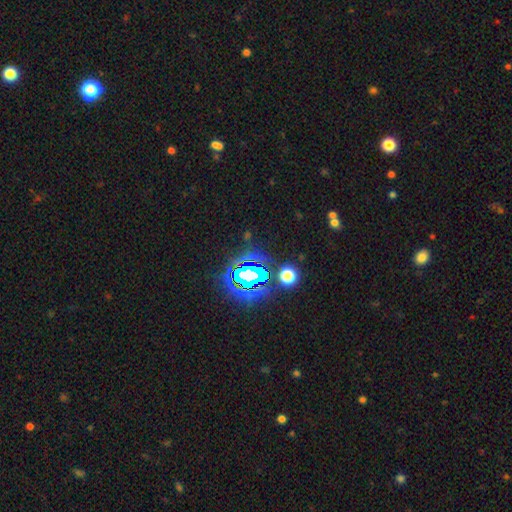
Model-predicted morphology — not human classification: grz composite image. It shows a star or artifact, not a galaxy (78%).